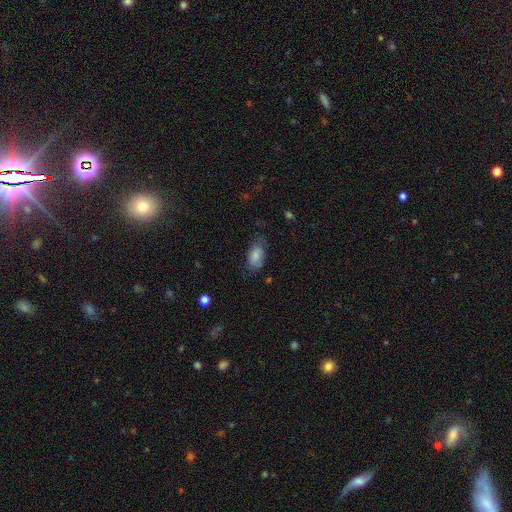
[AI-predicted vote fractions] smooth 80%, featured or disk 12%, star or artifact 8%. Down the decision tree: how rounded — in between (91%); merging — none (59%).